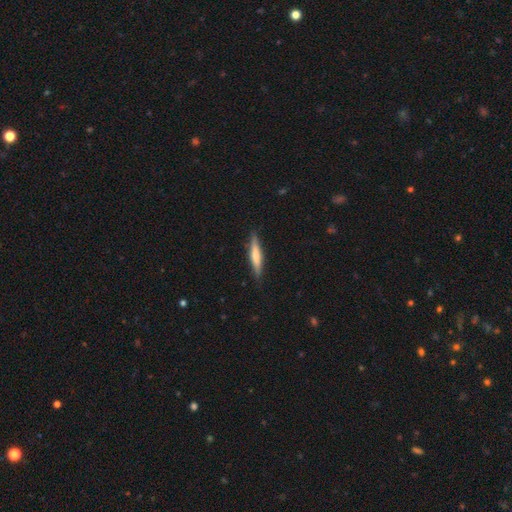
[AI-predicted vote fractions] Morphology: type=smooth (56%); roundness=cigar-shaped (90%); merging=none (87%).